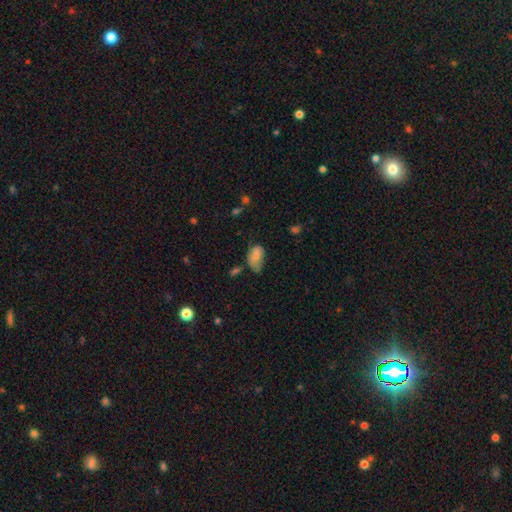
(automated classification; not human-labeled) Smooth or featured: smooth — 79% (featured or disk — 13%)
How rounded: in between — 91% (round — 7%)
Merging: minor disturbance — 42% (none — 32%)